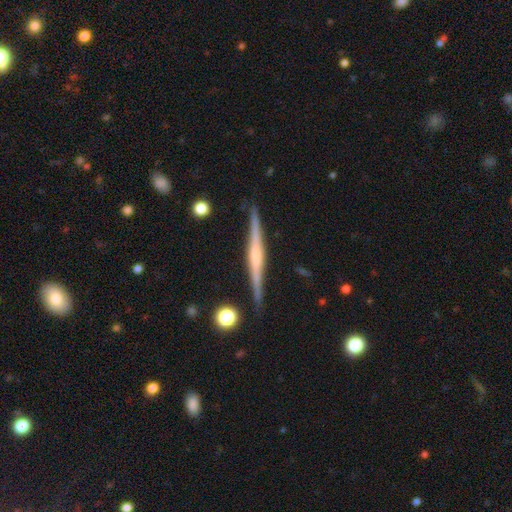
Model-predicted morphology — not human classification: smooth_or_featured: featured or disk (p=0.75) [alt: smooth p=0.19]
disk_edge_on: yes (p=0.98) [alt: no p=0.02]
edge_on_bulge: rounded (p=0.45) [alt: none p=0.28]
merging: none (p=0.89) [alt: minor disturbance p=0.08]